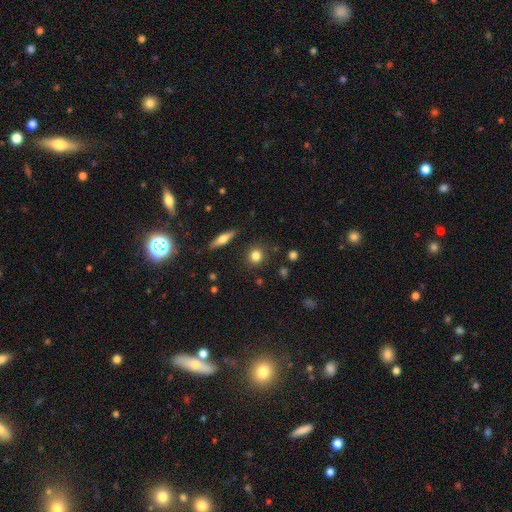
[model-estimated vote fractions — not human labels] Smooth or featured? smooth (81%)
How rounded? round (82%)
Merging? none (87%)